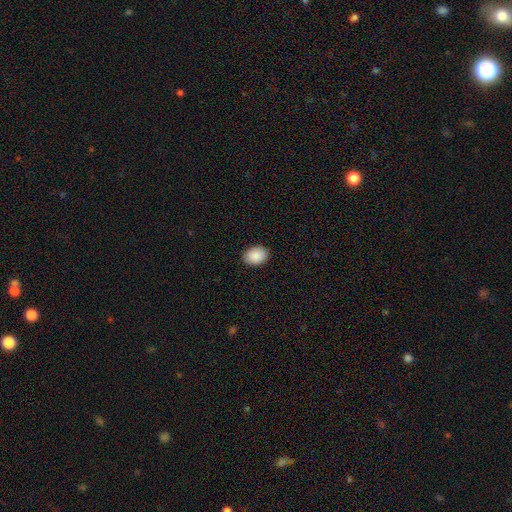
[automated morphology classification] smooth-or-featured: smooth: 90% | star or artifact: 7% | featured or disk: 4%
  how-rounded: in between: 75% | round: 24% | cigar-shaped: 1%
  merging: none: 89% | minor disturbance: 8% | major disturbance: 2% | merger: 1%